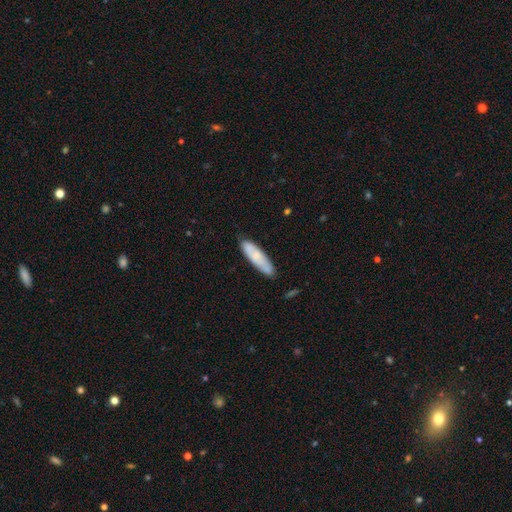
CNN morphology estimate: A smooth galaxy with no disk features (68%) that is cigar-shaped (65%).

Vote fractions:
- Smooth or featured? smooth: 68% / featured or disk: 27% / star or artifact: 6%
- How rounded? cigar-shaped: 65% / in between: 34% / round: 1%
- Merging? none: 79% / minor disturbance: 17% / major disturbance: 3% / merger: 2%